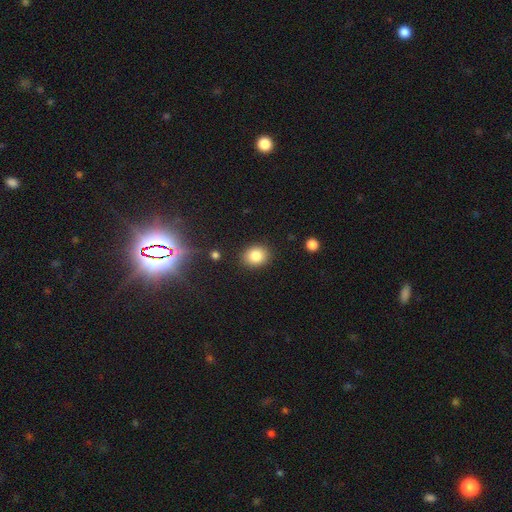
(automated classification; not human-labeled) Q: Smooth or featured?
A: smooth (83%); runner-up: star or artifact (10%)
Q: How rounded?
A: round (61%); runner-up: in between (39%)
Q: Merging?
A: none (88%); runner-up: minor disturbance (8%)